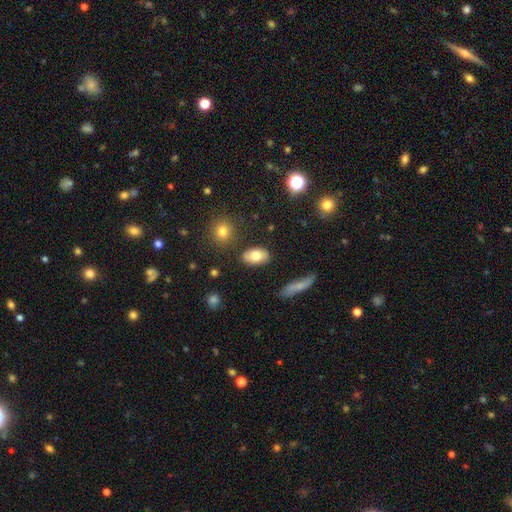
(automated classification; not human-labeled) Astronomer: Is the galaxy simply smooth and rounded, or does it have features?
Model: smooth — 77%.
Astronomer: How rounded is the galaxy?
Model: in between — 91%.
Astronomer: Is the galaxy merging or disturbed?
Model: none — 83%.